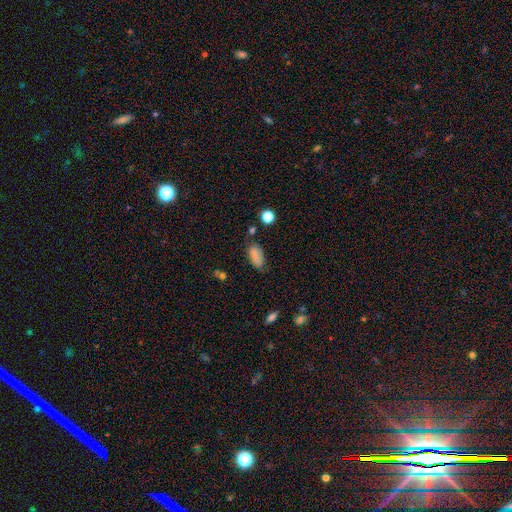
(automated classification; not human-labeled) This is clearly a smooth galaxy (82%). How rounded: clearly in between (86%). Merging: likely none (68%).